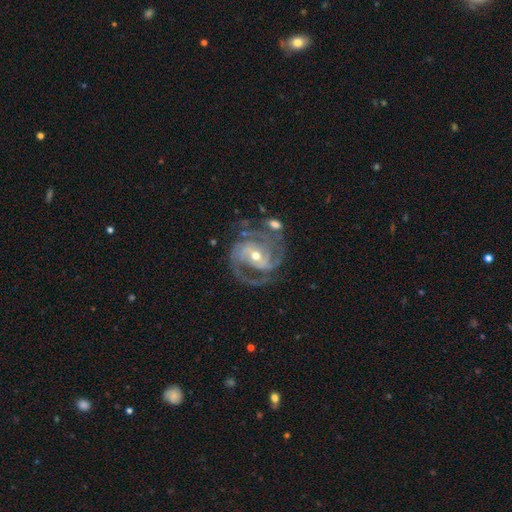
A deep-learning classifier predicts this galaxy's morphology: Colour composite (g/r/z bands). It shows a featured or disk galaxy (91%) with a weak bar (37%), 2 (50%) tight (47%) spiral arms (98%) and a moderate central bulge (54%). Merging: none (66%).